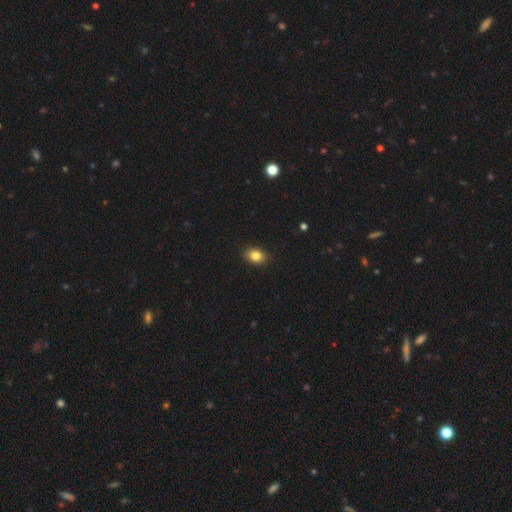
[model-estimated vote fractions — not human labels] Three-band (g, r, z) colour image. It shows a smooth galaxy with no disk features (84%) that is in between round and cigar-shaped (64%). Merging: none (90%).